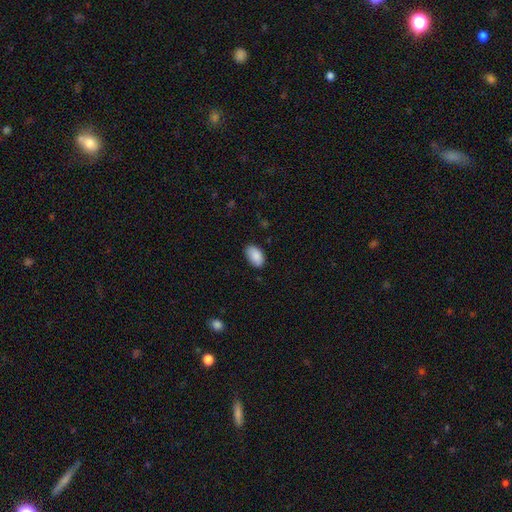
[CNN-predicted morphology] Smooth or featured: smooth — 89% (star or artifact — 7%)
How rounded: in between — 94% (round — 5%)
Merging: none — 82% (minor disturbance — 14%)